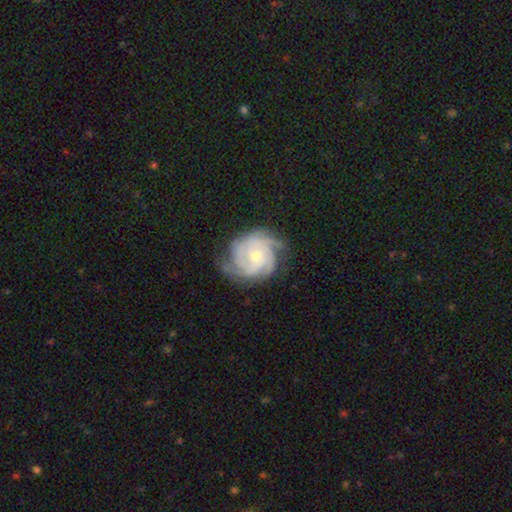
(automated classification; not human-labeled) smooth_or_featured: featured or disk (p=0.86) [alt: smooth p=0.08]
disk_edge_on: no (p=0.98) [alt: yes p=0.02]
bar: no (p=0.72) [alt: weak p=0.23]
has_spiral_arms: yes (p=0.97) [alt: no p=0.03]
spiral_winding: tight (p=0.67) [alt: medium p=0.28]
spiral_arm_count: 3 (p=0.34) [alt: 4 p=0.23]
bulge_size: small (p=0.52) [alt: moderate p=0.44]
merging: none (p=0.70) [alt: minor disturbance p=0.20]